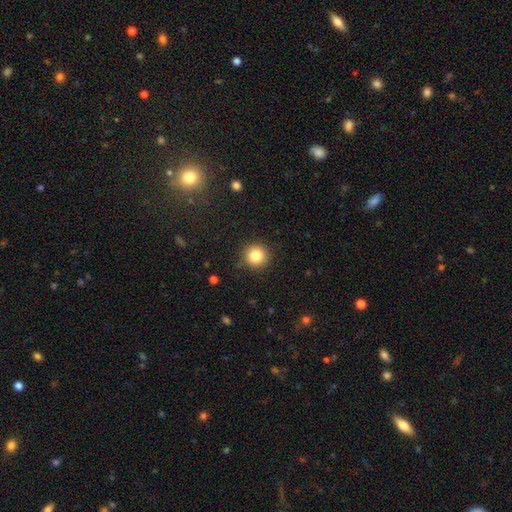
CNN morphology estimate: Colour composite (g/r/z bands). It shows a smooth galaxy with no disk features (83%) that is round (94%). Merging: none (89%).